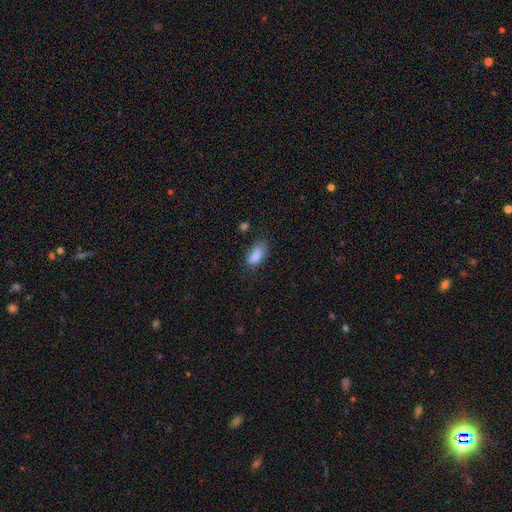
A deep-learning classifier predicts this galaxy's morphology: Q: Smooth or featured?
A: smooth (86%); runner-up: star or artifact (7%)
Q: How rounded?
A: in between (89%); runner-up: cigar-shaped (8%)
Q: Merging?
A: none (66%); runner-up: minor disturbance (25%)